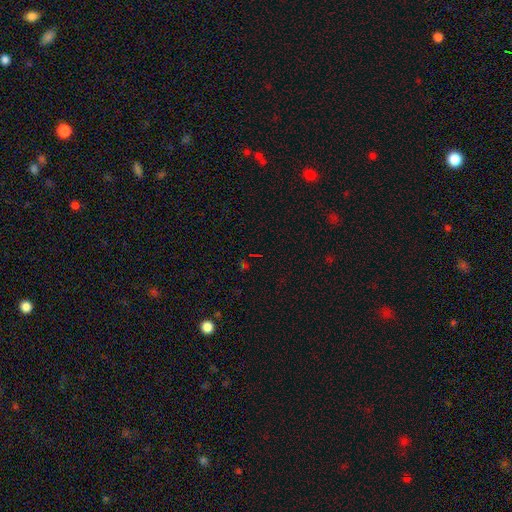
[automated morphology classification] This is likely a star or artifact rather than a galaxy (70%).